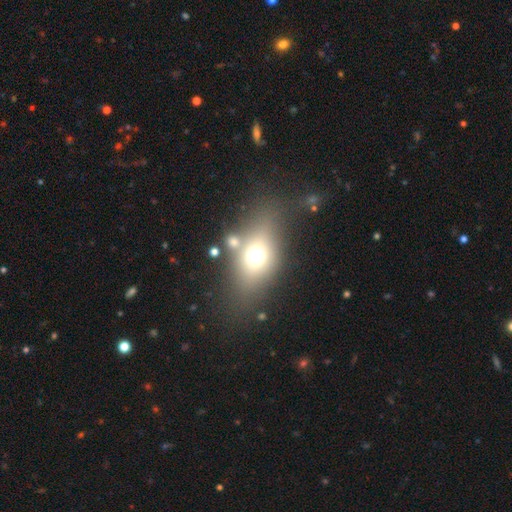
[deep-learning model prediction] Smooth or featured? smooth (62%)
How rounded? in between (66%)
Merging? none (64%)